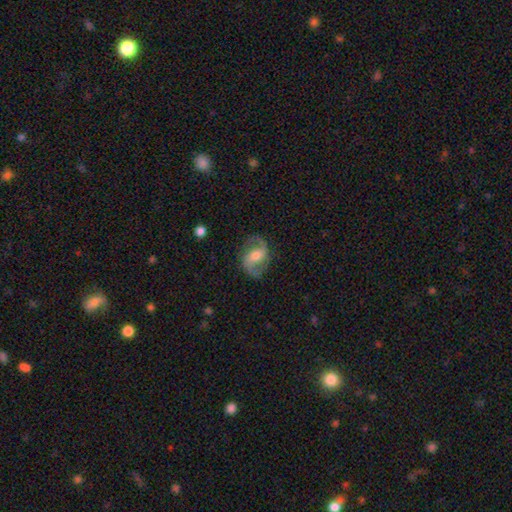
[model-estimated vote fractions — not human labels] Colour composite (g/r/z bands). It shows a featured or disk galaxy (83%) with a weak bar (47%), 2 (93%) medium (48%) spiral arms (95%) and a moderate central bulge (61%). Merging: none (81%).